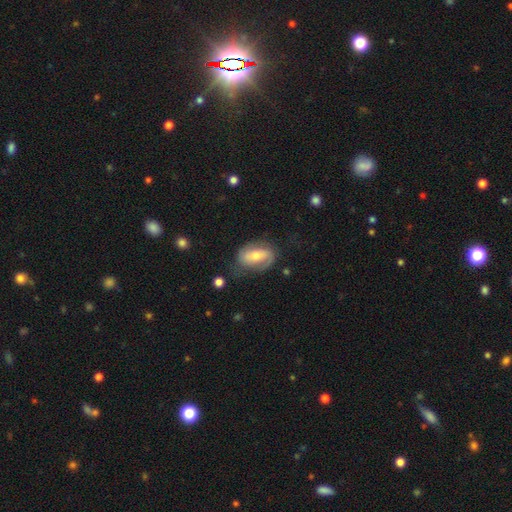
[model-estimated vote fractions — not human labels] Smooth or featured: featured or disk — 62% (smooth — 31%)
Edge-on disk: no — 95% (yes — 5%)
Bar: no — 37% (weak — 36%)
Spiral arms: yes — 84% (no — 16%)
Bulge size: moderate — 56% (small — 36%)
Merging: none — 63% (minor disturbance — 23%)